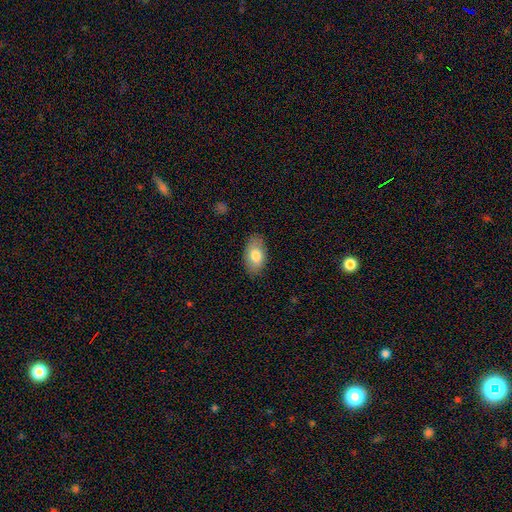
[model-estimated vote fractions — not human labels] A smooth galaxy with no disk features (81%) that is in between round and cigar-shaped (93%).

Vote fractions:
- Smooth or featured? smooth: 81% / featured or disk: 13% / star or artifact: 6%
- How rounded? in between: 93% / round: 5% / cigar-shaped: 2%
- Merging? none: 85% / minor disturbance: 11% / major disturbance: 3% / merger: 1%